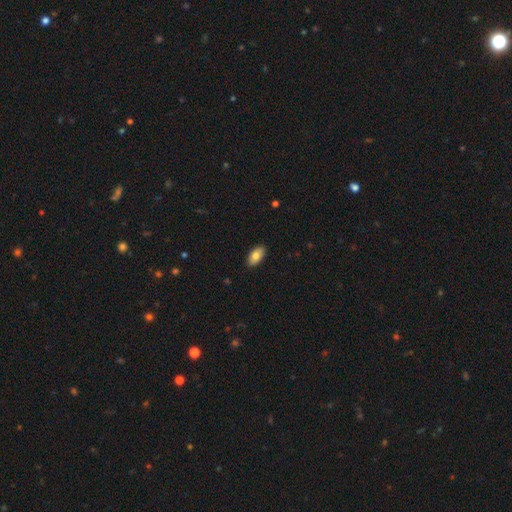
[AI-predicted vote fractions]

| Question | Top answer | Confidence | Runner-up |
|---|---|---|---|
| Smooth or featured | smooth | 81% | featured or disk (12%) |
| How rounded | in between | 93% | cigar-shaped (4%) |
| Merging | none | 89% | minor disturbance (8%) |